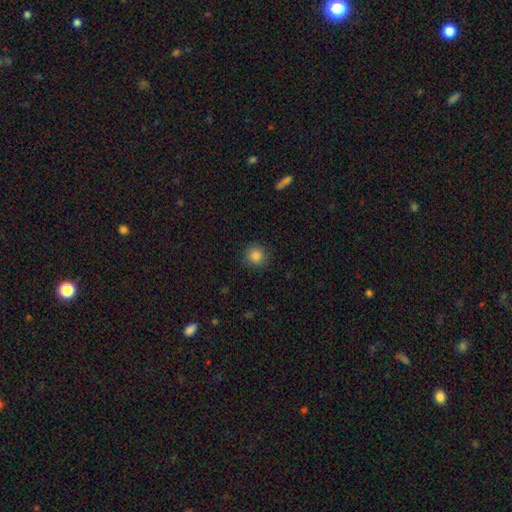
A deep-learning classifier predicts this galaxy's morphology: This appears to be a smooth galaxy with no disk features (85%) that is round (92%). Merging: none (88%).